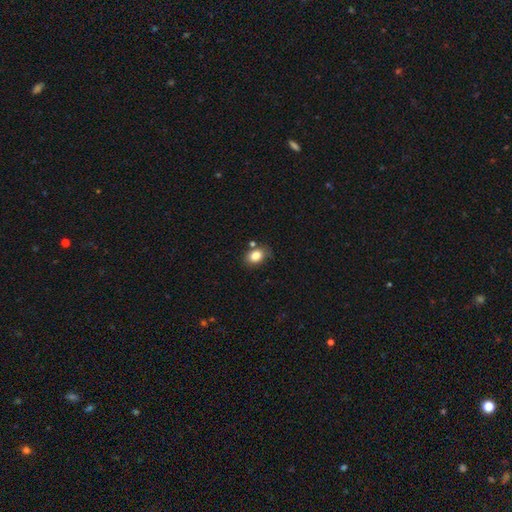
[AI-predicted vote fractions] The model was most divided on "how rounded": in between: 68%, round: 31%, cigar-shaped: 1%. More confident: smooth or featured — smooth (83%); merging — none (71%).